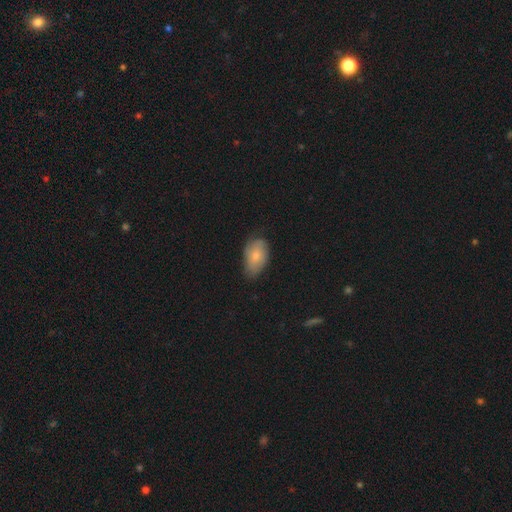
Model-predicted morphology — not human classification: Smooth or featured: smooth — 72% (featured or disk — 22%)
How rounded: in between — 91% (round — 7%)
Merging: none — 56% (minor disturbance — 35%)